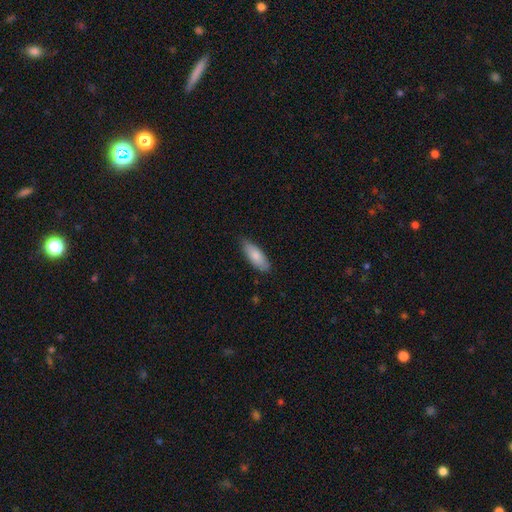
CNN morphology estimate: smooth_or_featured: smooth (p=0.81) [alt: featured or disk p=0.13]
how_rounded: in between (p=0.73) [alt: cigar-shaped p=0.26]
merging: none (p=0.80) [alt: minor disturbance p=0.17]